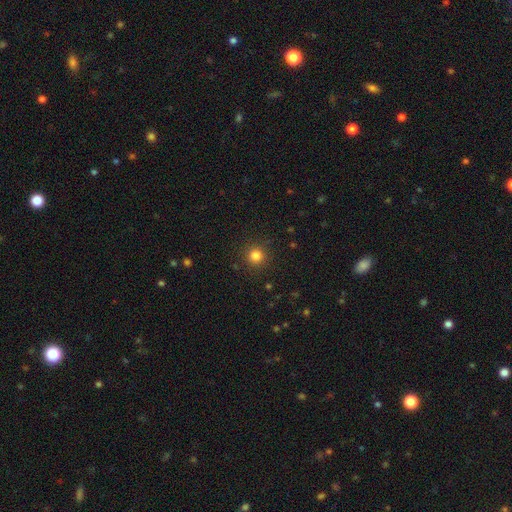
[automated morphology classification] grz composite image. It shows a smooth galaxy with no disk features (82%) that is round (94%). Merging: none (90%).